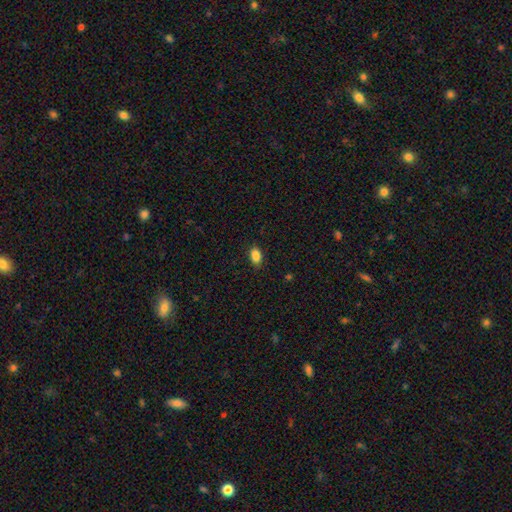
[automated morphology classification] Smooth or featured? Predicted: smooth (p=0.87). How rounded? Predicted: in between (p=0.88). Merging? Predicted: none (p=0.87).